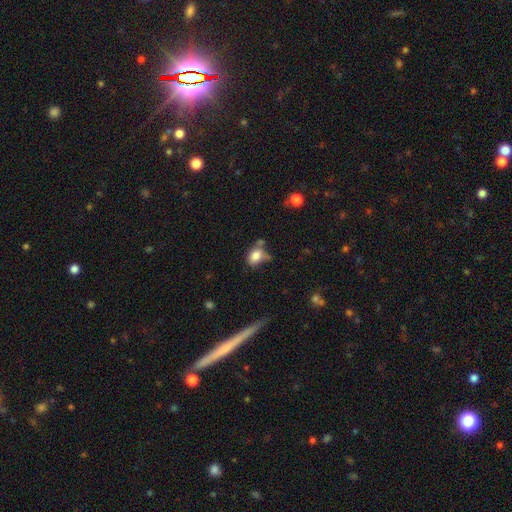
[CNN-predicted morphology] type=smooth (79%); roundness=in between (71%); merging=none (45%).